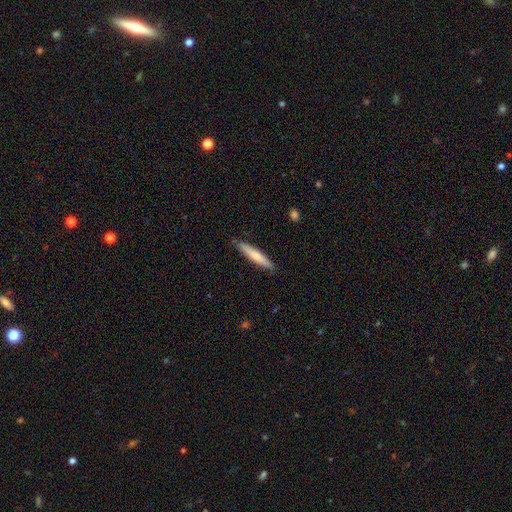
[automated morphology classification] A smooth galaxy with no disk features (69%) that is cigar-shaped (92%). Merging: none (85%).